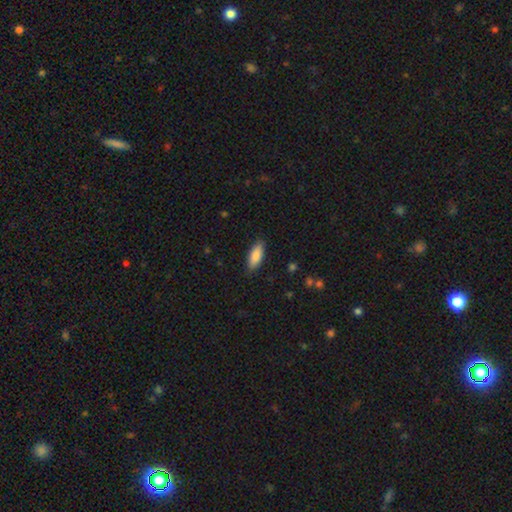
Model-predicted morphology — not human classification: Smooth or featured? smooth (87%)
How rounded? in between (73%)
Merging? none (86%)